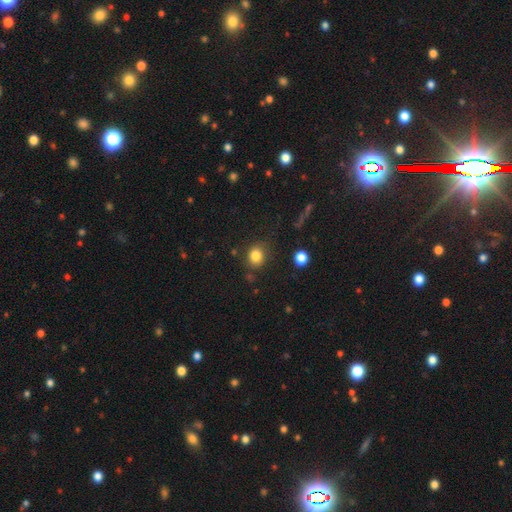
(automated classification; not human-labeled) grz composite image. It shows a smooth galaxy with no disk features (83%) that is round (70%). Merging: none (78%).